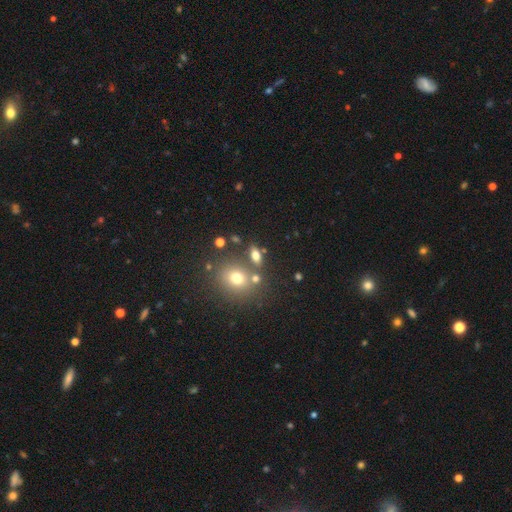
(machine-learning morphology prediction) Smooth or featured: smooth — 67% (featured or disk — 18%)
How rounded: in between — 71% (round — 17%)
Merging: none — 68% (merger — 15%)